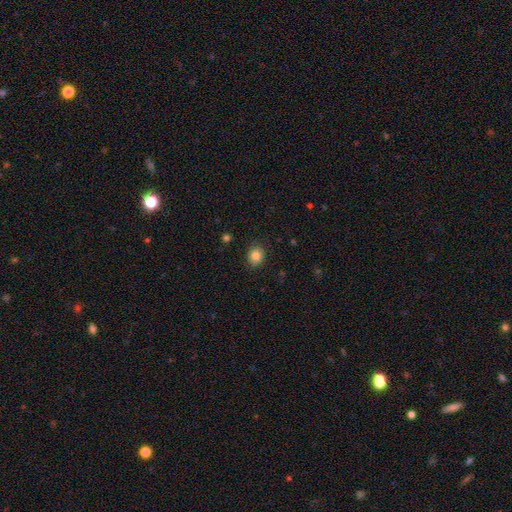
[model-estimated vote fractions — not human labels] A smooth galaxy with no disk features (83%) that is round (67%).

Vote fractions:
- Smooth or featured? smooth: 83% / star or artifact: 10% / featured or disk: 7%
- How rounded? round: 67% / in between: 33% / cigar-shaped: 1%
- Merging? none: 88% / minor disturbance: 9% / major disturbance: 2% / merger: 1%